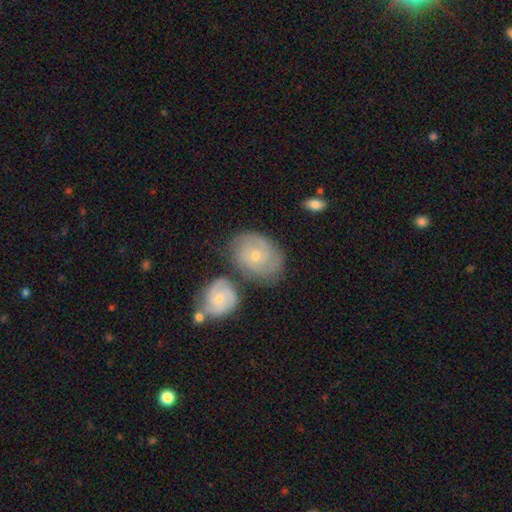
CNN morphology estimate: Q: Smooth or featured?
A: featured or disk (70%); runner-up: smooth (23%)
Q: Edge-on disk?
A: no (96%); runner-up: yes (4%)
Q: Bar?
A: no (75%); runner-up: weak (22%)
Q: Spiral arms?
A: yes (91%); runner-up: no (9%)
Q: Spiral winding?
A: tight (63%); runner-up: medium (30%)
Q: Spiral arm count?
A: 2 (35%); runner-up: can't tell (30%)
Q: Bulge size?
A: small (60%); runner-up: moderate (36%)
Q: Merging?
A: none (59%); runner-up: minor disturbance (18%)